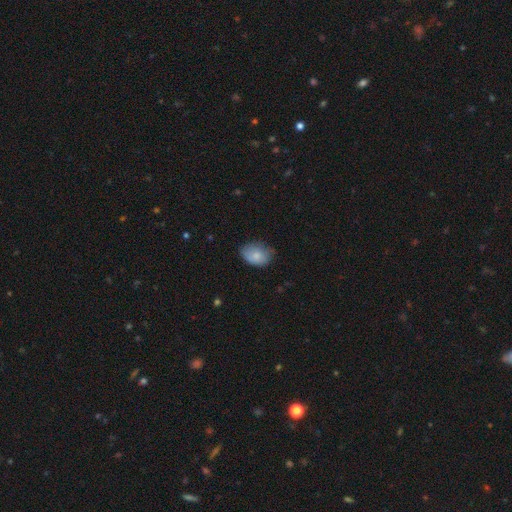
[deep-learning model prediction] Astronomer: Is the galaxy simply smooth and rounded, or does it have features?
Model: smooth — 80%.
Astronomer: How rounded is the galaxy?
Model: in between — 75%.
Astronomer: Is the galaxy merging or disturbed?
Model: none — 63%.